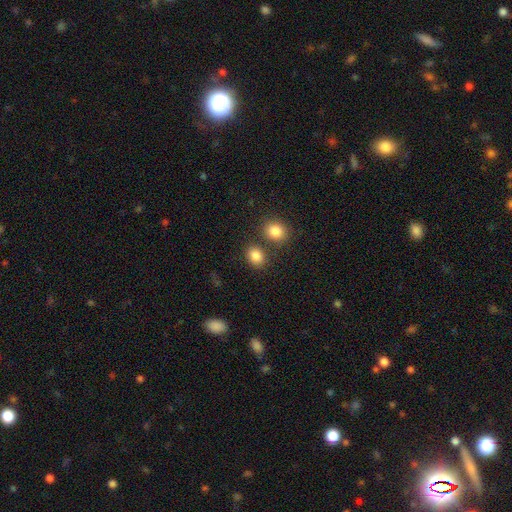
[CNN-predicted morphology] A smooth galaxy with no disk features (85%) that is round (55%). Merging: none (72%).